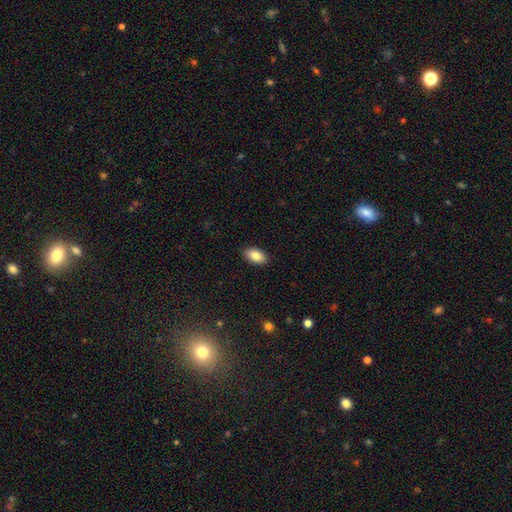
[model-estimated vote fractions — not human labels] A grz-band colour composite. It shows a smooth galaxy with no disk features (85%) that is in between round and cigar-shaped (93%). Merging: none (90%).